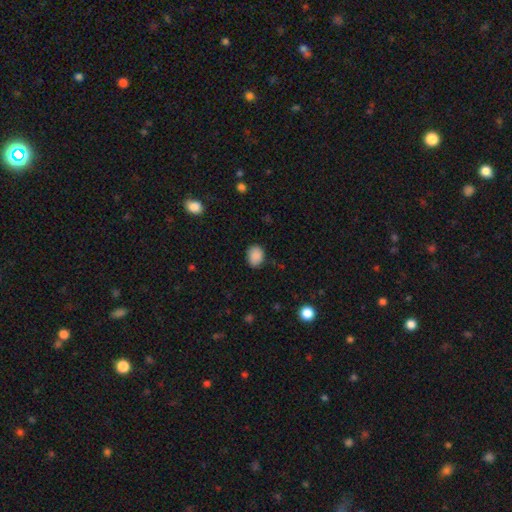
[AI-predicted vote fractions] smooth-or-featured: smooth: 88% | star or artifact: 8% | featured or disk: 4%
  how-rounded: in between: 53% | round: 46% | cigar-shaped: 1%
  merging: none: 80% | minor disturbance: 16% | major disturbance: 3% | merger: 1%